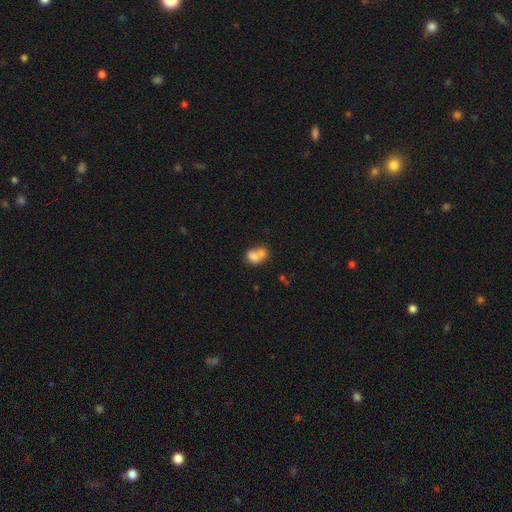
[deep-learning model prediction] This appears to be a smooth galaxy with no disk features (72%) that is in between round and cigar-shaped (60%). Merging: merger (62%).